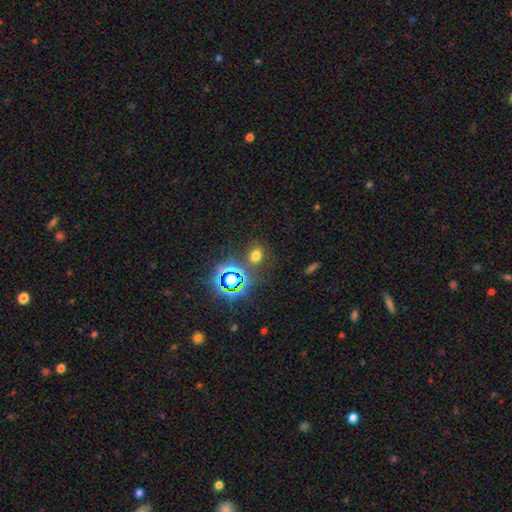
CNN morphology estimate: Q: Smooth or featured?
A: smooth (62%); runner-up: star or artifact (31%)
Q: How rounded?
A: in between (51%); runner-up: round (47%)
Q: Merging?
A: none (79%); runner-up: minor disturbance (10%)